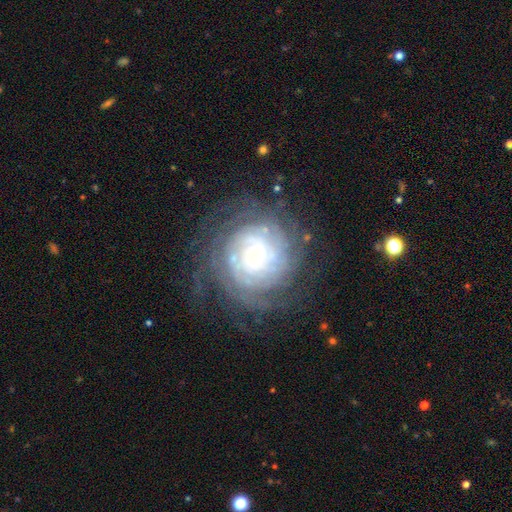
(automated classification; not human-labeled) Overall: featured or disk (83%). Edge-on disk: no (97%). Bar: no (75%). Spiral arms: yes (95%). Spiral arm count: can't tell (38%; more than 4 17%). Spiral winding: tight (81%). Bulge size: small (79%). Merging: none (75%).